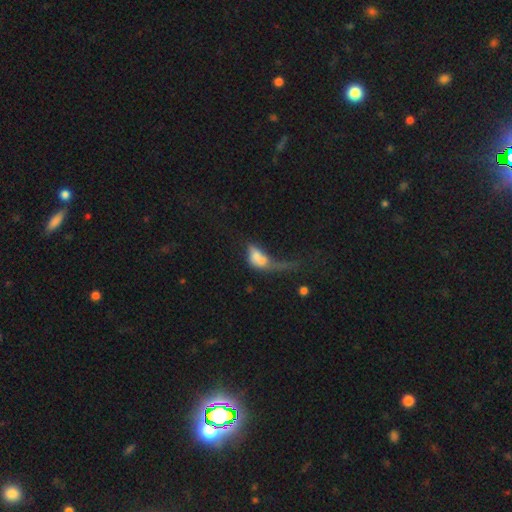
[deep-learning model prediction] Morphology: type=smooth (59%); roundness=in between (78%); merging=merger (42%).